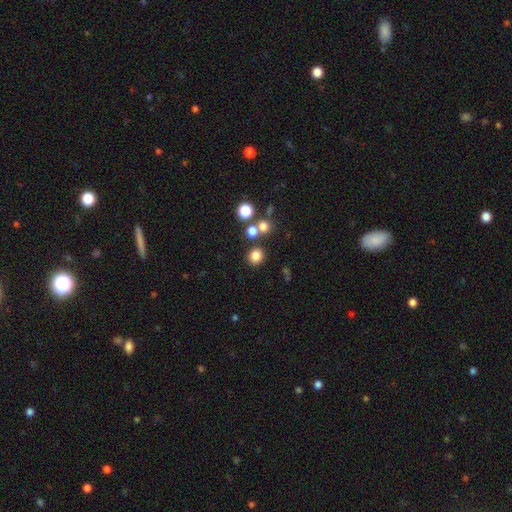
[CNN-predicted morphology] smooth_or_featured: smooth (p=0.80) [alt: star or artifact p=0.15]
how_rounded: round (p=0.87) [alt: in between p=0.12]
merging: none (p=0.78) [alt: merger p=0.11]